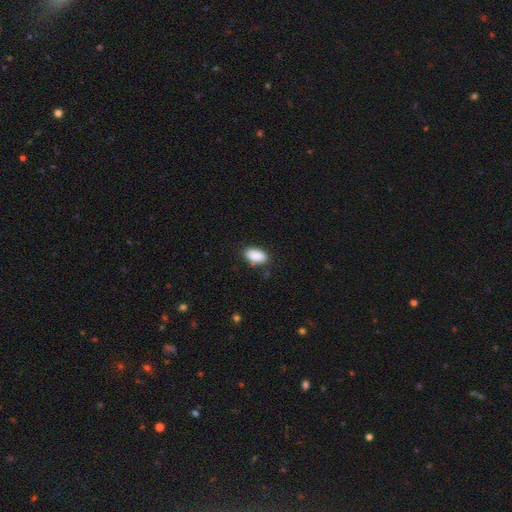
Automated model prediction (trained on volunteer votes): A smooth galaxy with no disk features (89%) that is in between round and cigar-shaped (93%). Merging: none (81%).